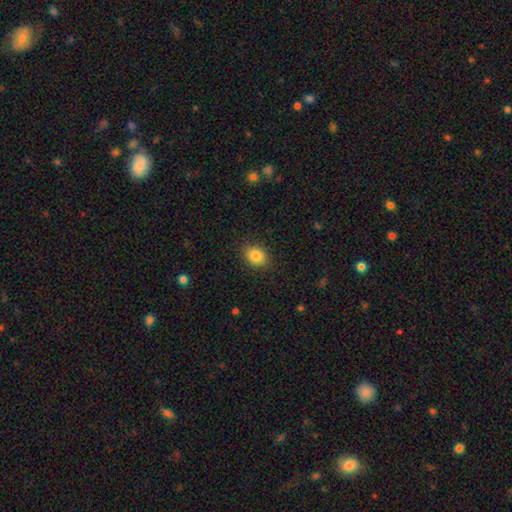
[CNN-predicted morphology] This appears to be a smooth galaxy with no disk features (85%) that is round (51%). Merging: none (87%).